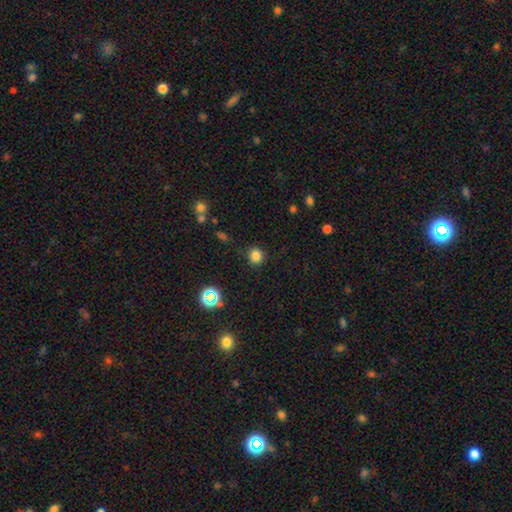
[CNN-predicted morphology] smooth_or_featured: smooth (p=0.80) [alt: star or artifact p=0.15]
how_rounded: round (p=0.87) [alt: in between p=0.12]
merging: none (p=0.87) [alt: minor disturbance p=0.08]